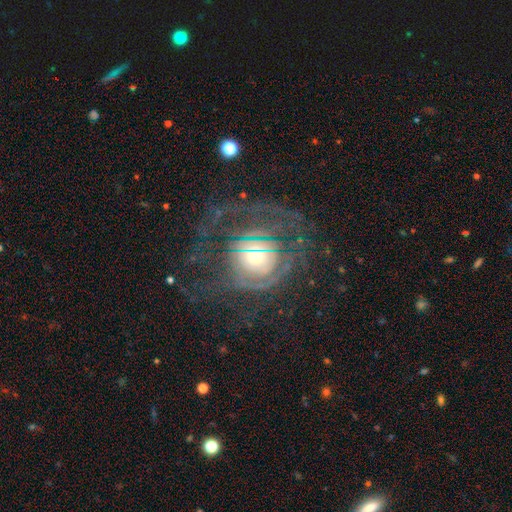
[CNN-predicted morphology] smooth-or-featured: featured or disk: 69% | smooth: 18% | star or artifact: 13%
  disk-edge-on: no: 95% | yes: 5%
    bar: no: 79% | weak: 14% | strong: 7%
    has-spiral-arms: yes: 75% | no: 25%
    bulge-size: moderate: 55% | small: 29% | large: 12% | dominant: 3% | none: 2%
  merging: none: 53% | major disturbance: 29% | minor disturbance: 15% | merger: 2%